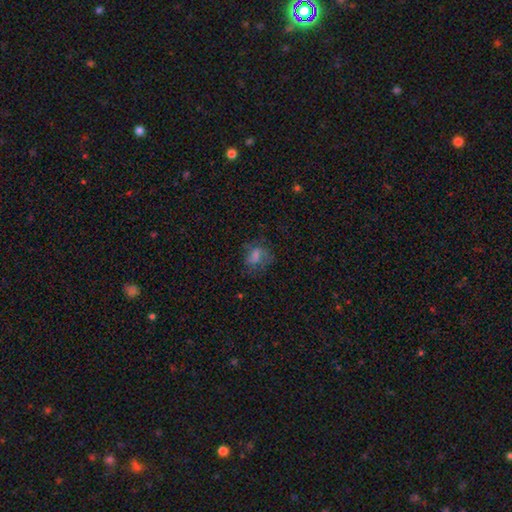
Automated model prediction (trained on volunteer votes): A smooth galaxy with no disk features (46%). Merging: none (59%).